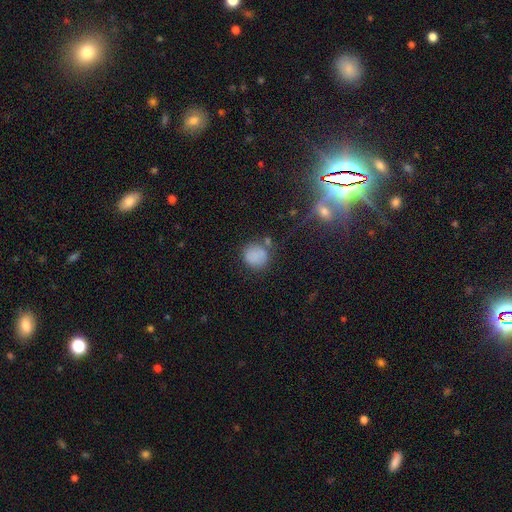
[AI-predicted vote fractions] smooth-or-featured: smooth: 80% | star or artifact: 12% | featured or disk: 8%
  how-rounded: round: 85% | in between: 14% | cigar-shaped: 1%
  merging: none: 70% | minor disturbance: 16% | merger: 8% | major disturbance: 6%